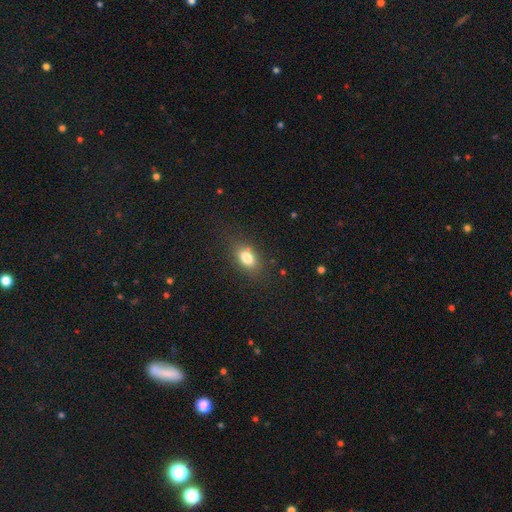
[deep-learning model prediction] A smooth galaxy with no disk features (59%) that is in between round and cigar-shaped (55%). Merging: none (86%).